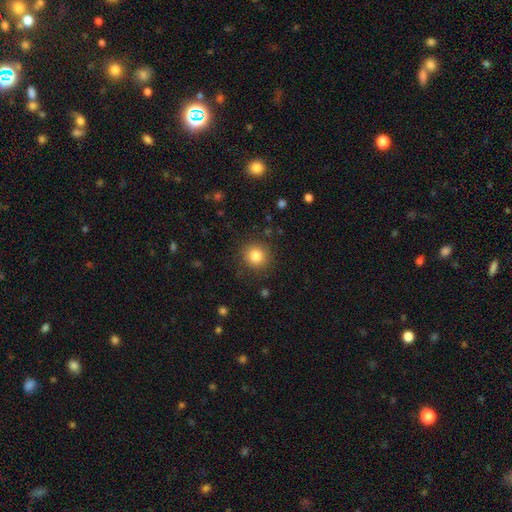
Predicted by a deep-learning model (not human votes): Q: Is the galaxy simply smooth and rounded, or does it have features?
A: smooth — 83%.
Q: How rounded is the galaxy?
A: round — 90%.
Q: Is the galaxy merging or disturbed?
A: none — 87%.